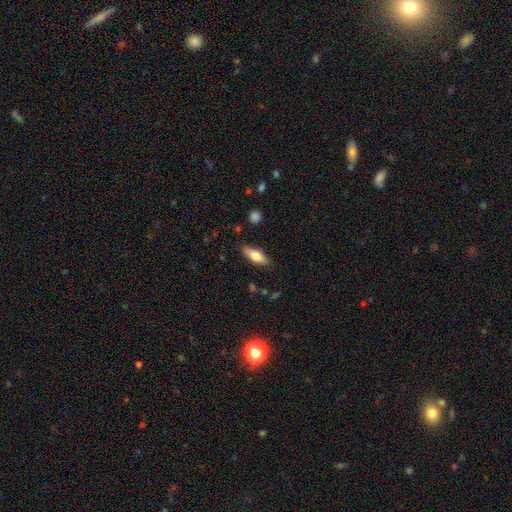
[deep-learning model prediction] This is likely a smooth galaxy (68%). How rounded: likely in between (67%). Merging: clearly none (83%).